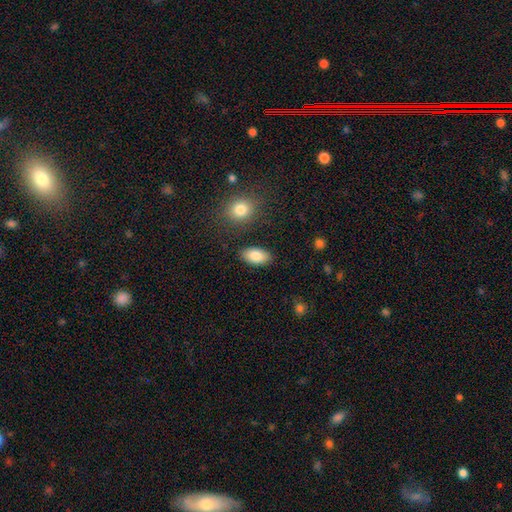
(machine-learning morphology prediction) smooth-or-featured: smooth: 86% | featured or disk: 8% | star or artifact: 7%
  how-rounded: in between: 93% | round: 4% | cigar-shaped: 3%
  merging: none: 86% | minor disturbance: 9% | merger: 3% | major disturbance: 2%